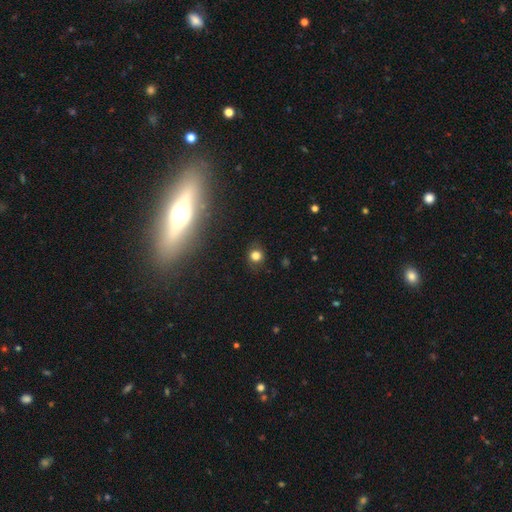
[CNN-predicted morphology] Overall: smooth (76%). How rounded: round (85%). Merging: none (85%).